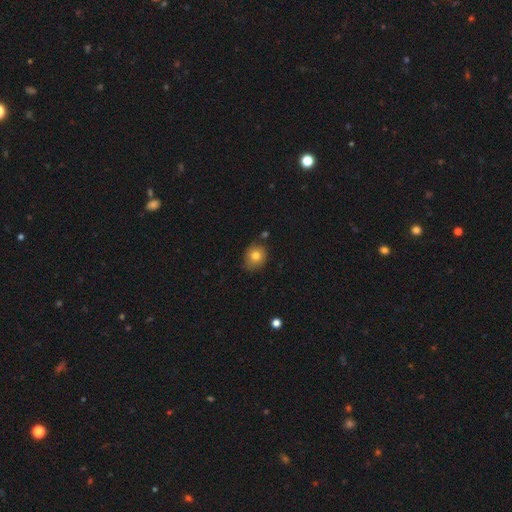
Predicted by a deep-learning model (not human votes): Overall: smooth (78%). How rounded: round (67%; in between 32%). Merging: none (75%).